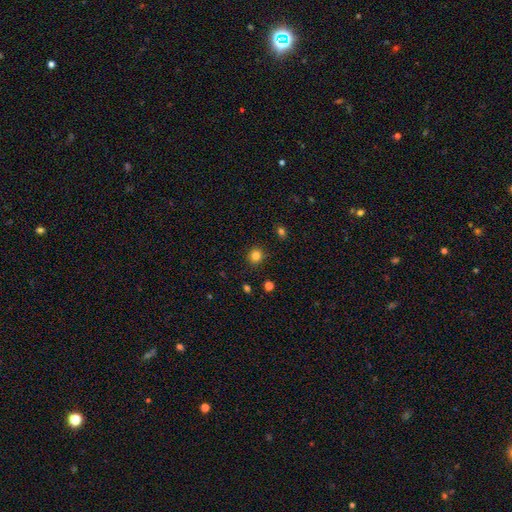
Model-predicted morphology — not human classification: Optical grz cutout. It shows a smooth galaxy with no disk features (83%) that is round (88%). Merging: none (89%).